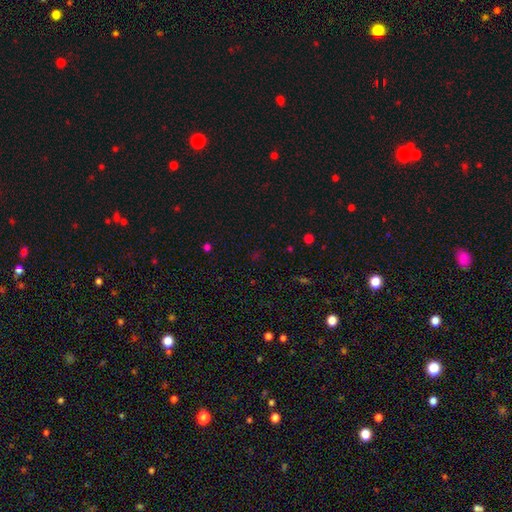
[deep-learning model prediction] Smooth or featured? star or artifact (64%)